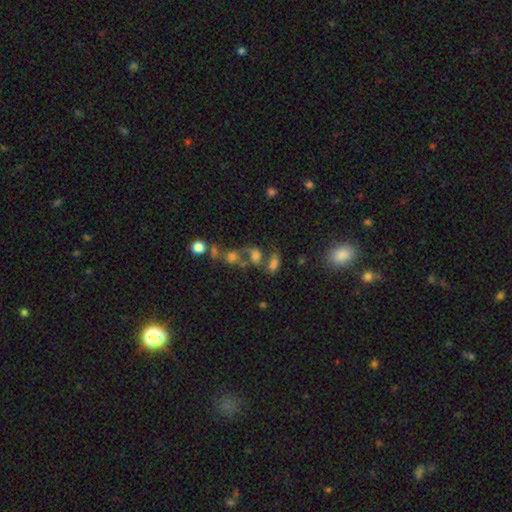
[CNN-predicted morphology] A smooth galaxy with no disk features (48%). Merging: merger (48%).